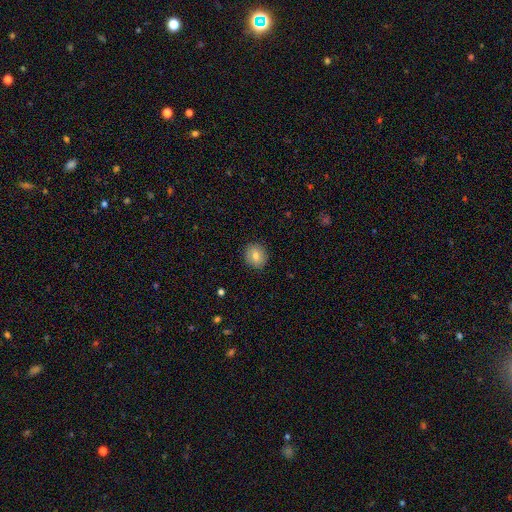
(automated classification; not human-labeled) A smooth galaxy with no disk features (76%) that is round (80%). Merging: none (89%).